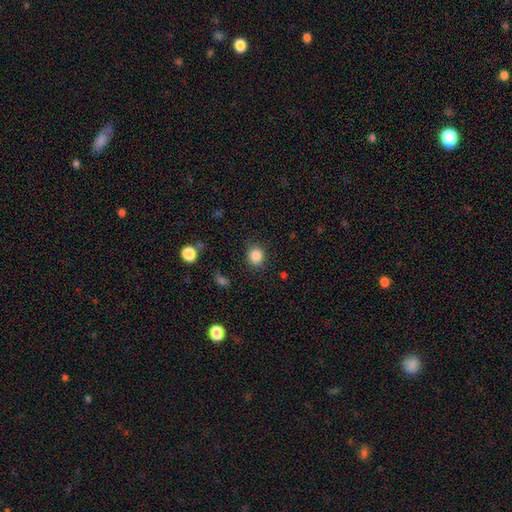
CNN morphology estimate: smooth_or_featured: smooth (p=0.85) [alt: star or artifact p=0.10]
how_rounded: round (p=0.83) [alt: in between p=0.16]
merging: none (p=0.86) [alt: minor disturbance p=0.09]